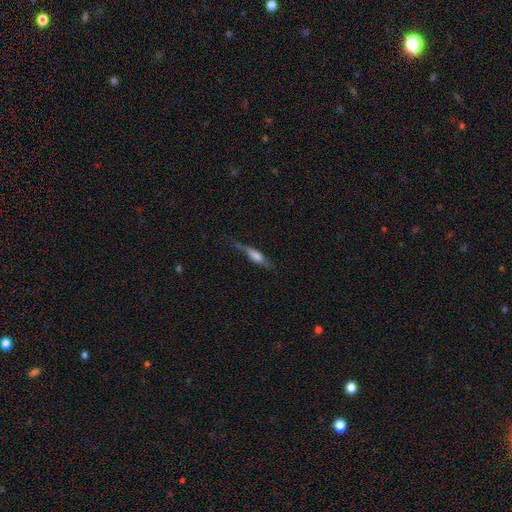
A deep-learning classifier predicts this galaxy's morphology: A smooth galaxy with no disk features (48%). Merging: none (56%).